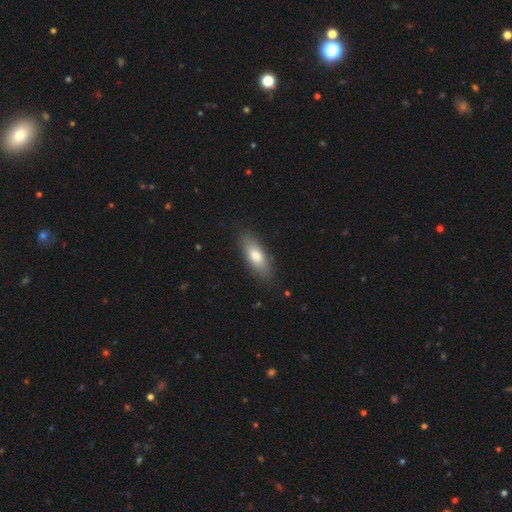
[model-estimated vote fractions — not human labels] Smooth or featured: smooth — 78% (featured or disk — 16%)
How rounded: in between — 71% (cigar-shaped — 27%)
Merging: none — 84% (minor disturbance — 12%)